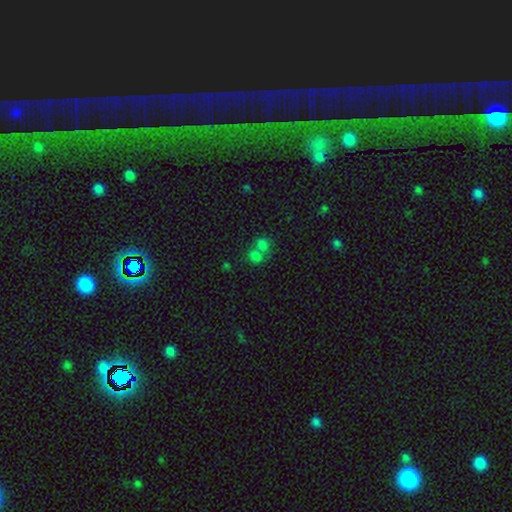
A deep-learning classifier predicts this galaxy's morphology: A smooth galaxy with no disk features (72%) that is round (66%).

Vote fractions:
- Smooth or featured? smooth: 72% / star or artifact: 17% / featured or disk: 11%
- How rounded? round: 66% / in between: 33% / cigar-shaped: 1%
- Merging? merger: 58% / none: 31% / minor disturbance: 6% / major disturbance: 4%